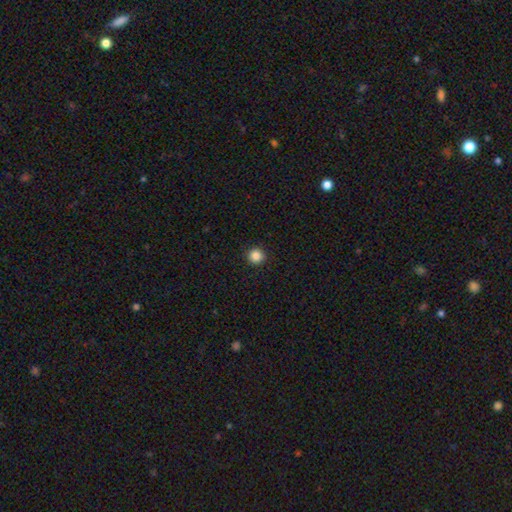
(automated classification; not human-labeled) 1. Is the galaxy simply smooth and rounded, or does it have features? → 86% smooth, 11% star or artifact, 3% featured or disk.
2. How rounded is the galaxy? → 95% round, 4% in between, 1% cigar-shaped.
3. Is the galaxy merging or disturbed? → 93% none, 4% minor disturbance, 2% major disturbance, 1% merger.